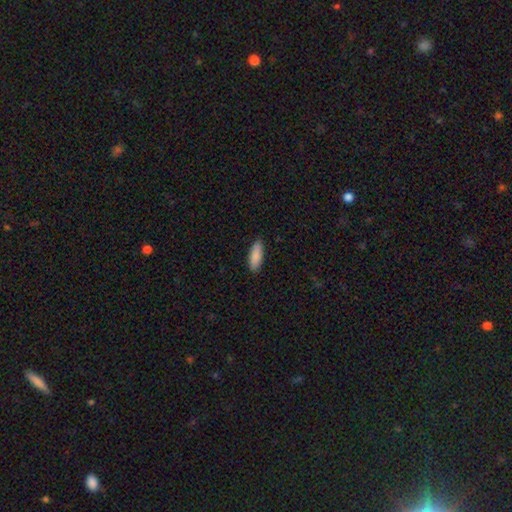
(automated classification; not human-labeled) Smooth or featured?
  - smooth: 89% *
  - star or artifact: 6%
  - featured or disk: 5%
How rounded?
  - in between: 66% *
  - cigar-shaped: 32%
  - round: 2%
Merging?
  - none: 89% *
  - minor disturbance: 9%
  - major disturbance: 2%
  - merger: 1%